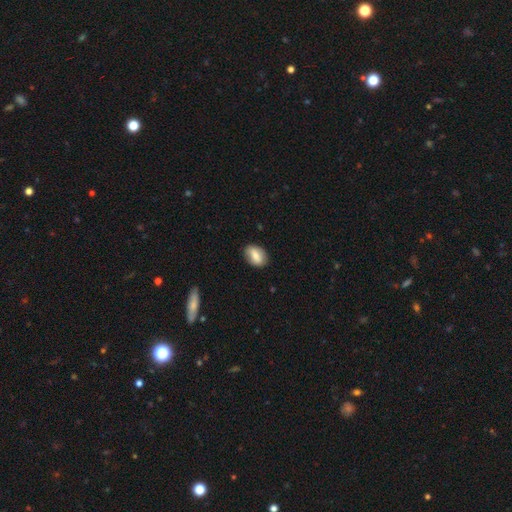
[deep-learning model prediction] Smooth or featured? Predicted: smooth (p=0.74). How rounded? Predicted: in between (p=0.84). Merging? Predicted: none (p=0.83).